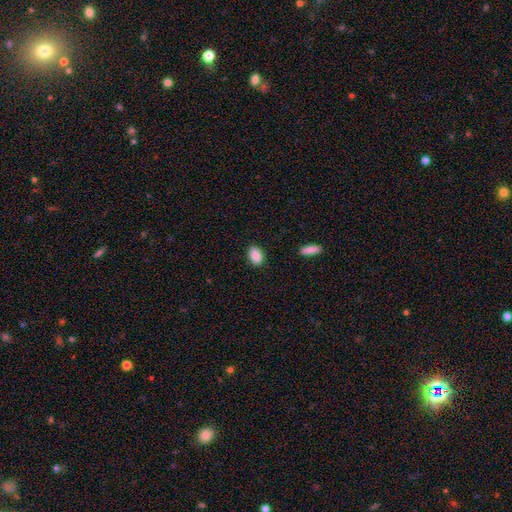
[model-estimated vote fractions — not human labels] Smooth or featured? Predicted: smooth (p=0.88). How rounded? Predicted: in between (p=0.87). Merging? Predicted: none (p=0.87).